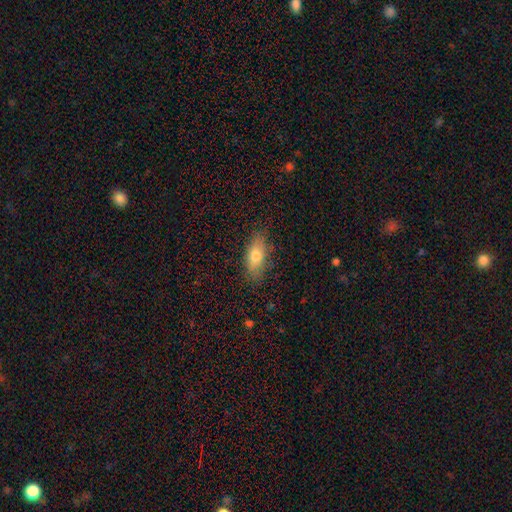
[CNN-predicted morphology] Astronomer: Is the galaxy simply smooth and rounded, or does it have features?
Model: smooth — 73%.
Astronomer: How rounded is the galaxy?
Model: in between — 77%.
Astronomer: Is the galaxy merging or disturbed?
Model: none — 82%.